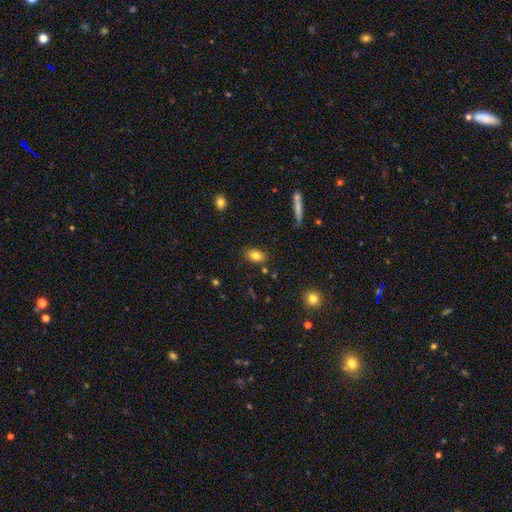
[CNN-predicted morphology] This appears to be a smooth galaxy with no disk features (80%) that is in between round and cigar-shaped (85%). Merging: none (81%).